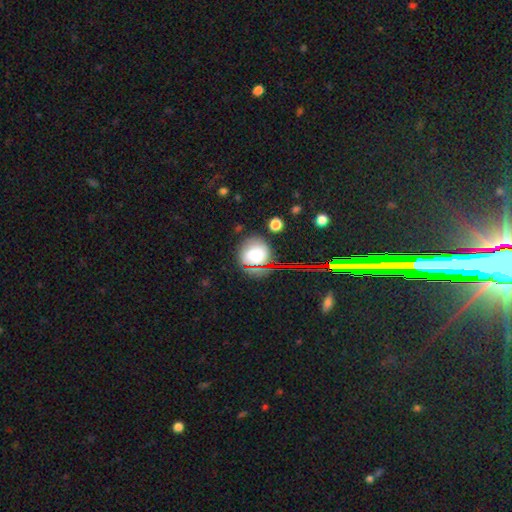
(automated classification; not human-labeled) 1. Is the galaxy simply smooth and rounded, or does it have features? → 63% smooth, 20% star or artifact, 17% featured or disk.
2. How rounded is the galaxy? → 78% round, 21% in between, 1% cigar-shaped.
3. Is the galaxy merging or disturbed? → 71% none, 18% minor disturbance, 6% major disturbance, 5% merger.